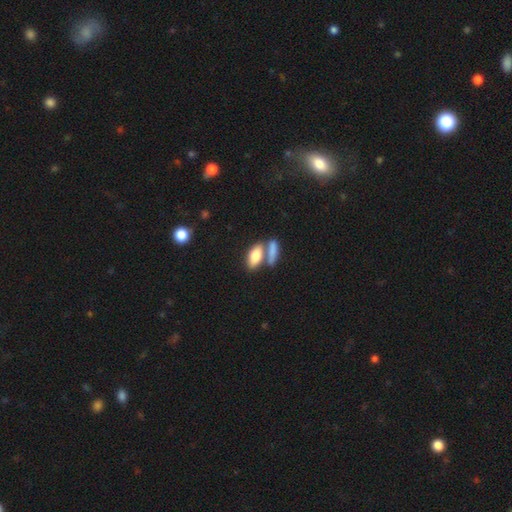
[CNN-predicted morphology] This is likely a smooth galaxy (78%). How rounded: clearly in between (83%). Merging: marginally merger (43%, tied with none).